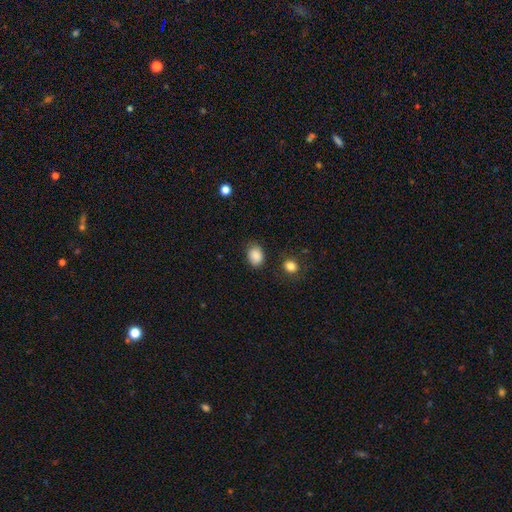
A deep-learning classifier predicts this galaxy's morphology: Smooth or featured: smooth — 87% (star or artifact — 9%)
How rounded: in between — 60% (round — 39%)
Merging: none — 79% (minor disturbance — 14%)